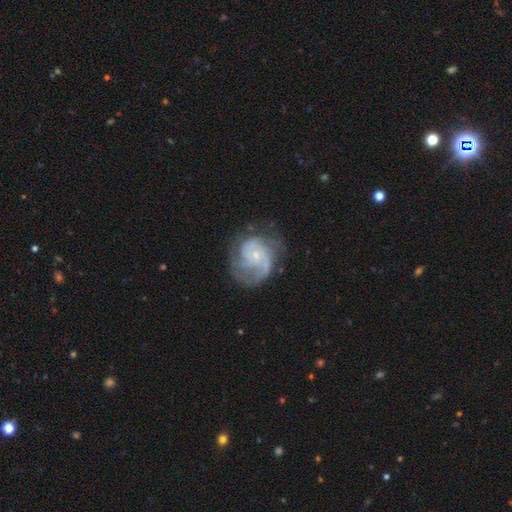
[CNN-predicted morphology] Q: Smooth or featured?
A: featured or disk (87%); runner-up: smooth (8%)
Q: Edge-on disk?
A: no (98%); runner-up: yes (2%)
Q: Bar?
A: no (72%); runner-up: weak (24%)
Q: Spiral arms?
A: yes (97%); runner-up: no (3%)
Q: Spiral winding?
A: tight (50%); runner-up: medium (40%)
Q: Spiral arm count?
A: 3 (38%); runner-up: 2 (26%)
Q: Bulge size?
A: small (78%); runner-up: moderate (15%)
Q: Merging?
A: none (65%); runner-up: minor disturbance (20%)